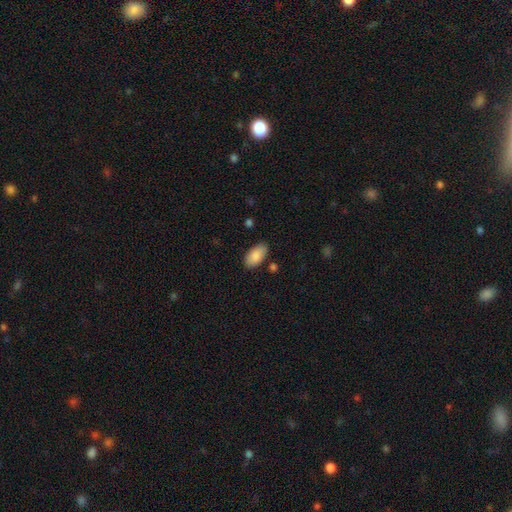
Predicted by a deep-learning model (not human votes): Smooth or featured: smooth — 87% (featured or disk — 7%)
How rounded: in between — 95% (round — 3%)
Merging: none — 83% (minor disturbance — 12%)